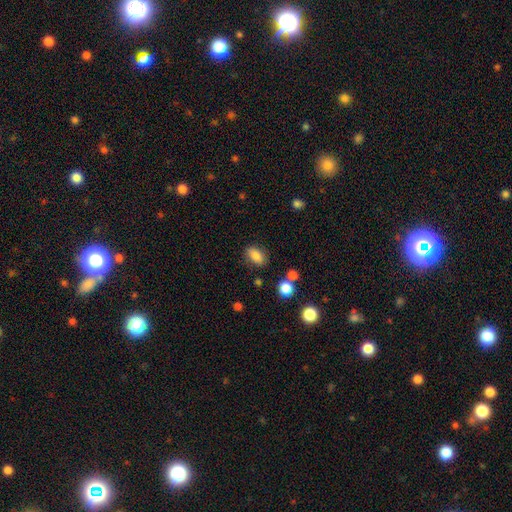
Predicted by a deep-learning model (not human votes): smooth-or-featured: smooth: 84% | star or artifact: 9% | featured or disk: 6%
  how-rounded: in between: 86% | round: 12% | cigar-shaped: 2%
  merging: none: 80% | minor disturbance: 13% | major disturbance: 4% | merger: 3%